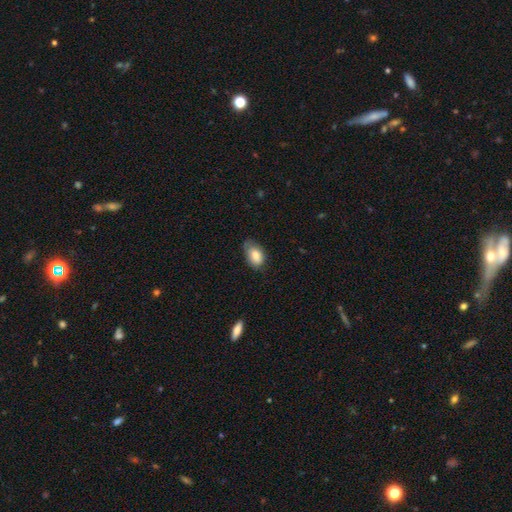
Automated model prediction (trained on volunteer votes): Q: Smooth or featured?
A: smooth (82%); runner-up: featured or disk (11%)
Q: How rounded?
A: in between (88%); runner-up: round (11%)
Q: Merging?
A: none (54%); runner-up: minor disturbance (36%)